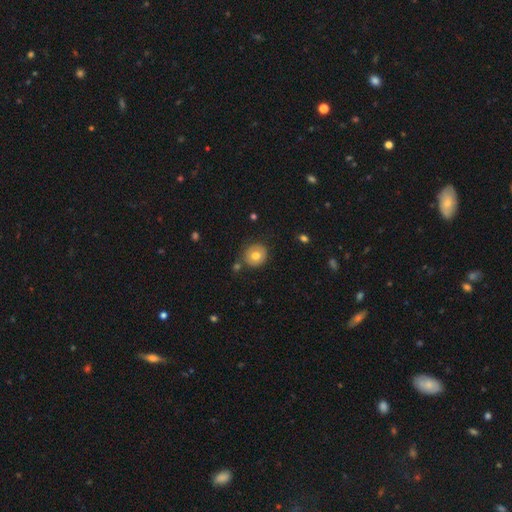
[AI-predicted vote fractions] Smooth or featured: smooth — 73% (featured or disk — 18%)
How rounded: round — 87% (in between — 12%)
Merging: none — 79% (minor disturbance — 12%)